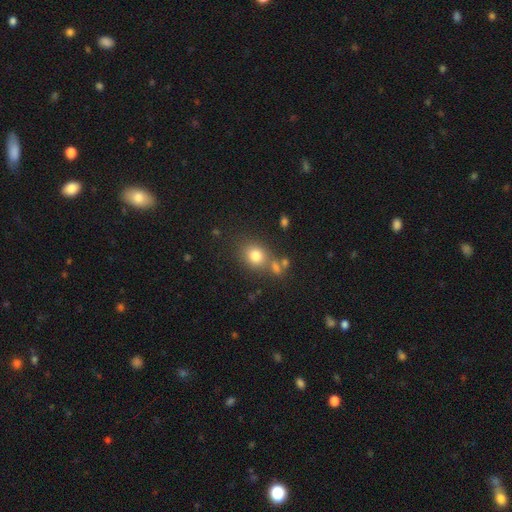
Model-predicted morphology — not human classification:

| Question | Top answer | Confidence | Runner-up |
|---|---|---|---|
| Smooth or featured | smooth | 80% | star or artifact (12%) |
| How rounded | round | 64% | in between (35%) |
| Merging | none | 66% | merger (16%) |